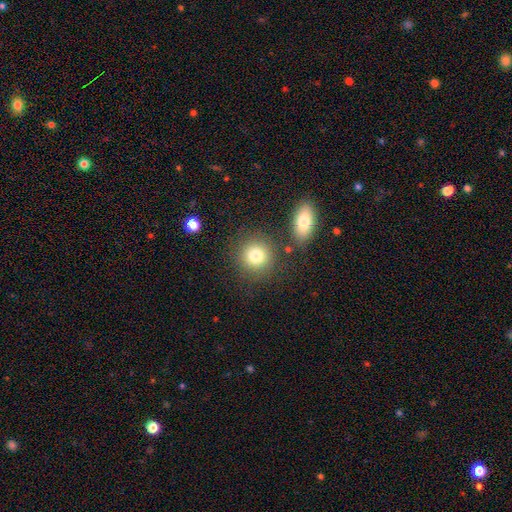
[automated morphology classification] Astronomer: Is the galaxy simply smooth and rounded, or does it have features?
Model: smooth — 81%.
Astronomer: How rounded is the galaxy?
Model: round — 89%.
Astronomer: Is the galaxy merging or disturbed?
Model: none — 79%.